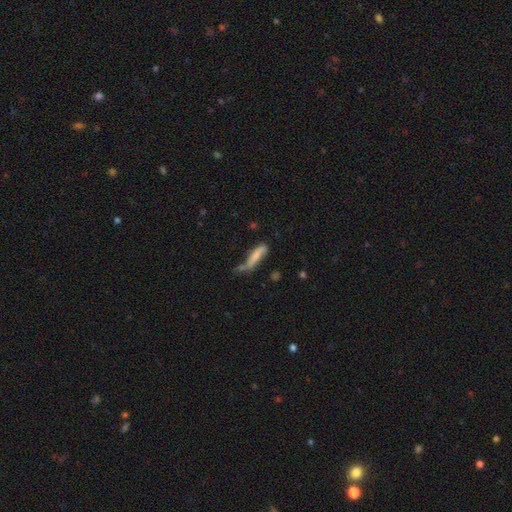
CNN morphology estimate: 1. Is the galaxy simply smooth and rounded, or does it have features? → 71% smooth, 21% featured or disk, 8% star or artifact.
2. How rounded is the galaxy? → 77% cigar-shaped, 21% in between, 2% round.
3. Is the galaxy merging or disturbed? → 43% none, 28% minor disturbance, 15% merger, 14% major disturbance.